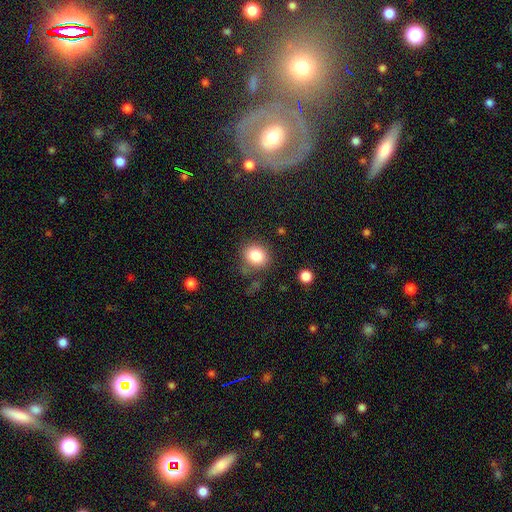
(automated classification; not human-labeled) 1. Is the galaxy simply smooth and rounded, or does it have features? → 84% smooth, 10% star or artifact, 6% featured or disk.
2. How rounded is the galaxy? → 70% round, 30% in between, 1% cigar-shaped.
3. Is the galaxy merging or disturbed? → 79% none, 12% minor disturbance, 5% major disturbance, 4% merger.